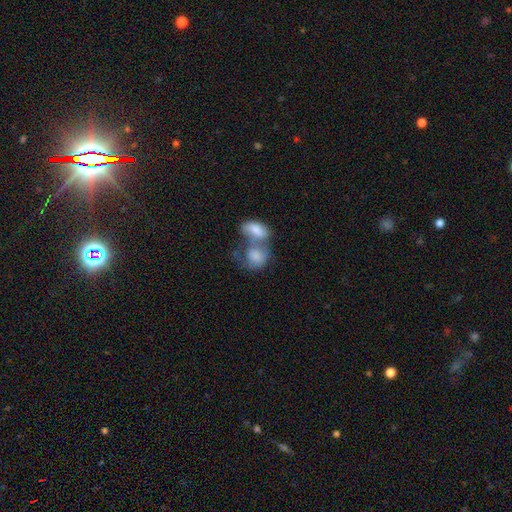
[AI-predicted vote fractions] Q: Smooth or featured?
A: smooth (73%); runner-up: featured or disk (20%)
Q: How rounded?
A: in between (71%); runner-up: round (27%)
Q: Merging?
A: merger (71%); runner-up: none (13%)